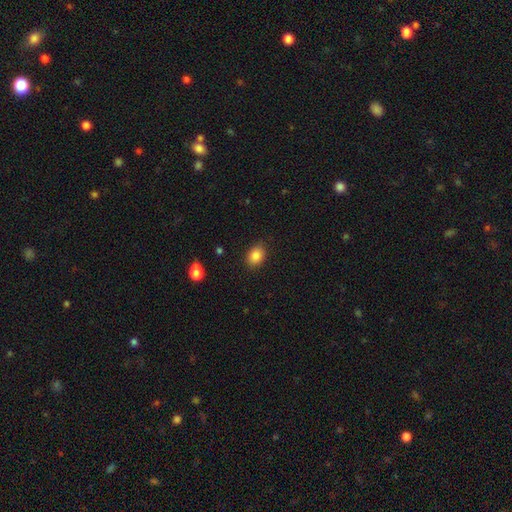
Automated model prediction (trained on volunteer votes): Smooth or featured: smooth — 85% (star or artifact — 9%)
How rounded: in between — 68% (round — 31%)
Merging: none — 86% (minor disturbance — 10%)